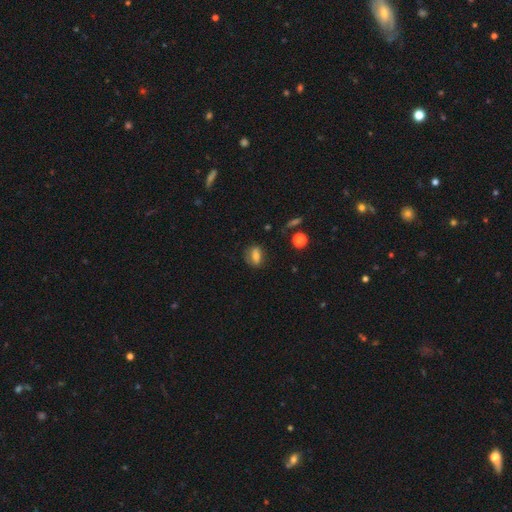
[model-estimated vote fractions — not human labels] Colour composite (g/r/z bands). It shows a smooth galaxy with no disk features (70%) that is in between round and cigar-shaped (71%). Merging: none (71%).